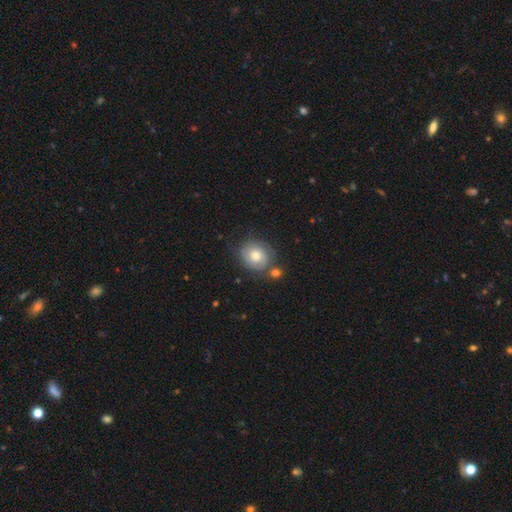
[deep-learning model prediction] This is possibly a smooth galaxy (50%). Merging: likely none (69%).